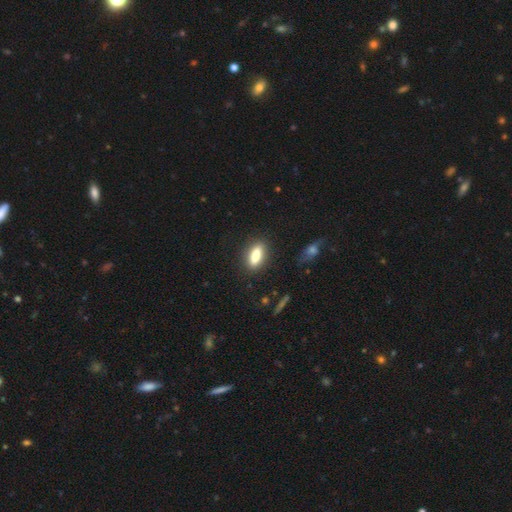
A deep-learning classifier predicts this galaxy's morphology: Overall: smooth (80%). How rounded: in between (67%; cigar-shaped 29%). Merging: none (85%).